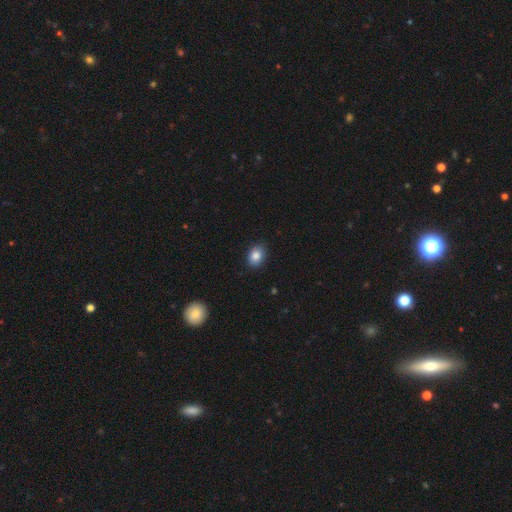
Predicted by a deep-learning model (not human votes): Q: Smooth or featured?
A: smooth (86%); runner-up: star or artifact (9%)
Q: How rounded?
A: in between (67%); runner-up: round (32%)
Q: Merging?
A: none (87%); runner-up: minor disturbance (10%)